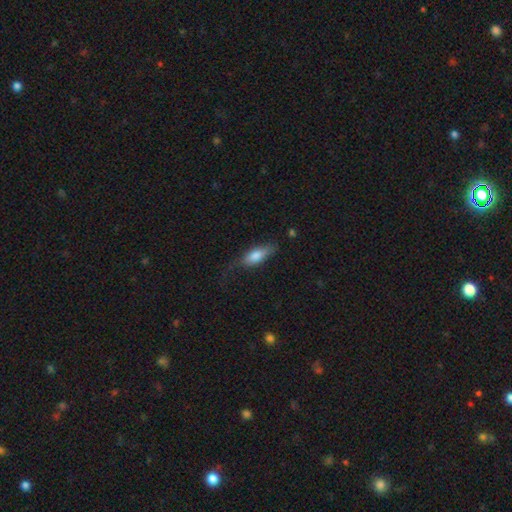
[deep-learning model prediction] smooth-or-featured: smooth: 76% | featured or disk: 18% | star or artifact: 6%
  how-rounded: in between: 73% | cigar-shaped: 24% | round: 3%
  merging: none: 56% | minor disturbance: 28% | major disturbance: 14% | merger: 2%